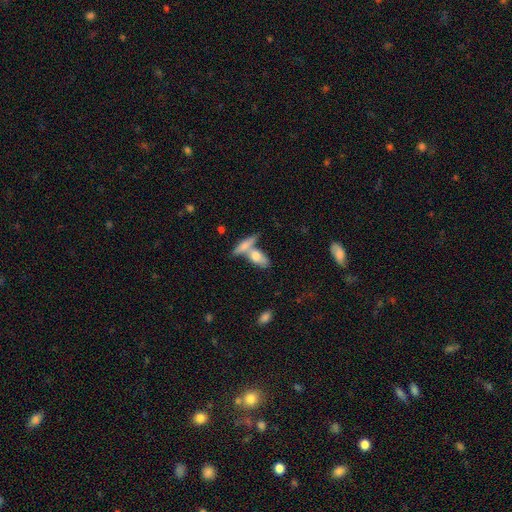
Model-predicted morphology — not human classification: This appears to be a smooth galaxy with no disk features (67%) that is in between round and cigar-shaped (69%). Merging: merger (51%).